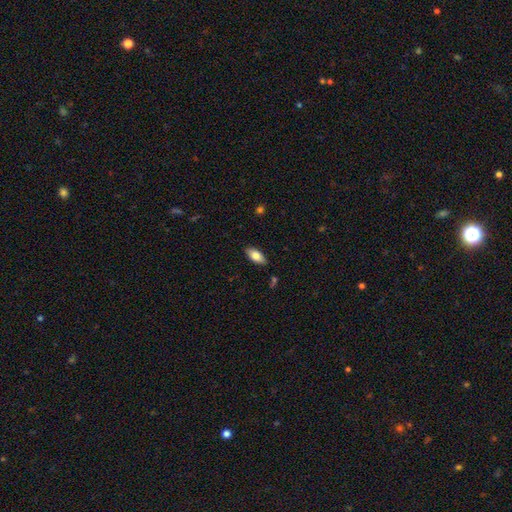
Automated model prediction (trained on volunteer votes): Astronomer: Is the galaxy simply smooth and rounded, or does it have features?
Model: smooth — 80%.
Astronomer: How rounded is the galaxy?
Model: in between — 89%.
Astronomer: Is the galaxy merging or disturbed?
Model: none — 87%.